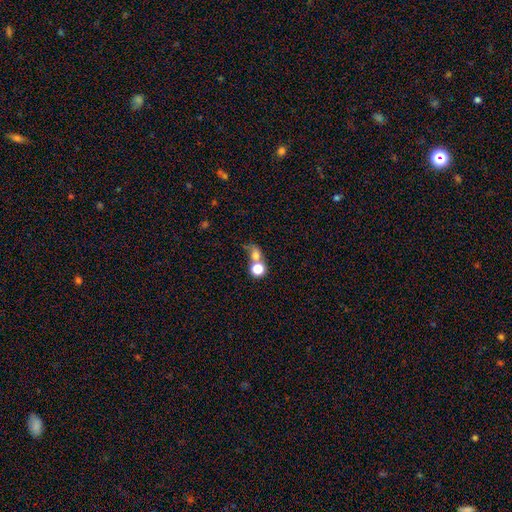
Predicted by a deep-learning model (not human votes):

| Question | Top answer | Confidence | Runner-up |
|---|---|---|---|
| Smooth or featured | smooth | 70% | star or artifact (15%) |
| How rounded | round | 68% | in between (30%) |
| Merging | merger | 52% | none (30%) |